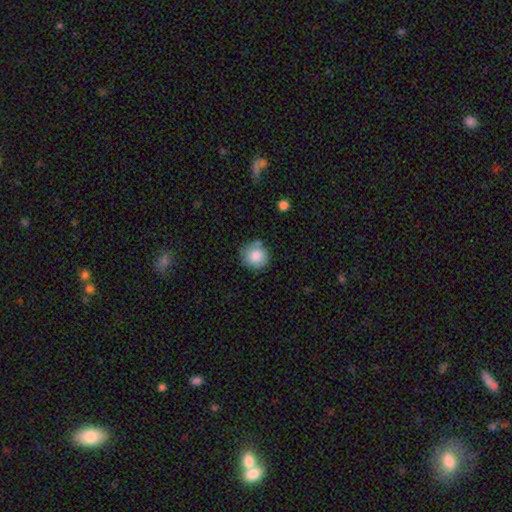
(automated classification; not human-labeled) This appears to be a smooth galaxy with no disk features (83%) that is round (88%). Merging: none (72%).